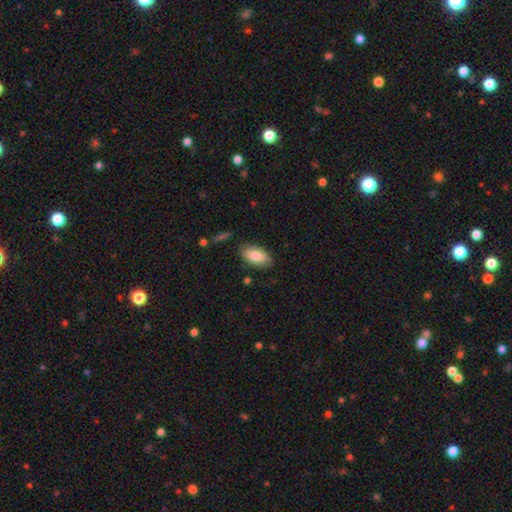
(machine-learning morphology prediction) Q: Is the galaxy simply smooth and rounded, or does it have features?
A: smooth — 81%.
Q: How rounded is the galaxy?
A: in between — 93%.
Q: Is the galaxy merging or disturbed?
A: none — 82%.